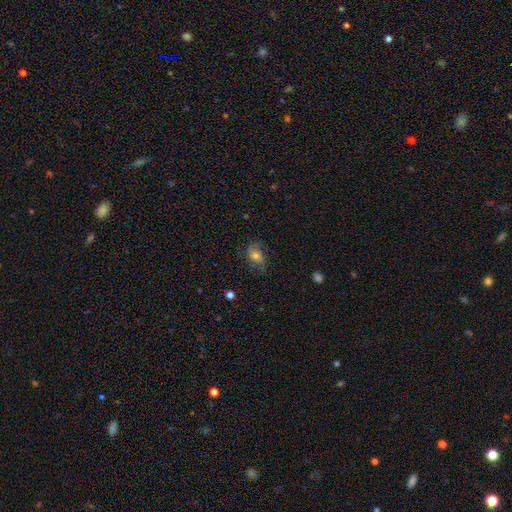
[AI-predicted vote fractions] A smooth galaxy with no disk features (51%) that is in between round and cigar-shaped (76%).

Vote fractions:
- Smooth or featured? smooth: 51% / featured or disk: 36% / star or artifact: 13%
- How rounded? in between: 76% / round: 21% / cigar-shaped: 3%
- Merging? none: 68% / minor disturbance: 21% / major disturbance: 10% / merger: 1%